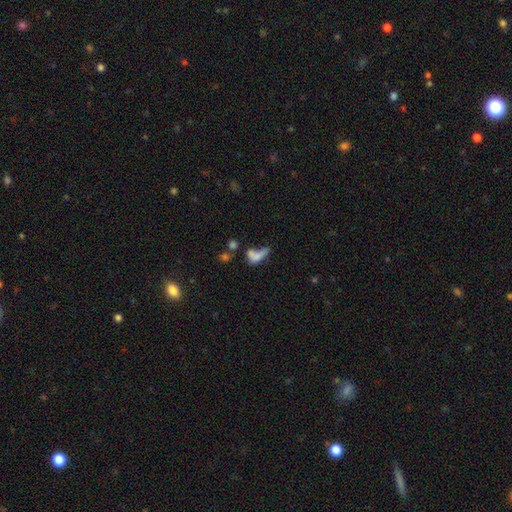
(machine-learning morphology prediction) This is likely a smooth galaxy (61%). How rounded: likely in between (67%). Merging: marginally merger (37%).